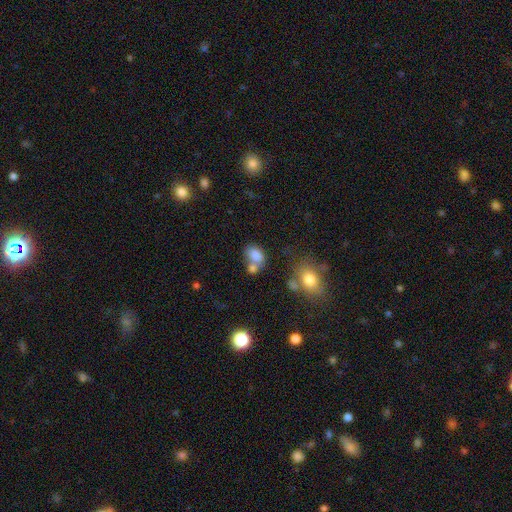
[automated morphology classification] Smooth or featured?
  - smooth: 77% *
  - featured or disk: 12%
  - star or artifact: 10%
How rounded?
  - in between: 79% *
  - round: 20%
  - cigar-shaped: 1%
Merging?
  - merger: 45% *
  - none: 35%
  - minor disturbance: 14%
  - major disturbance: 7%